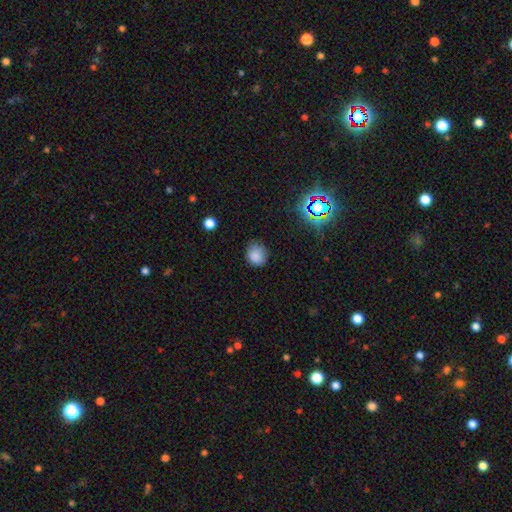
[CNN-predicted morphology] smooth-or-featured: smooth: 82% | star or artifact: 13% | featured or disk: 5%
  how-rounded: round: 71% | in between: 28% | cigar-shaped: 1%
  merging: none: 70% | minor disturbance: 24% | major disturbance: 4% | merger: 1%